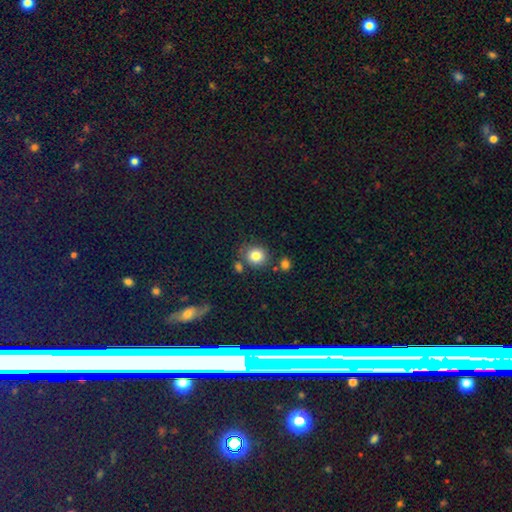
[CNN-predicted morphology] Smooth or featured: smooth — 83% (star or artifact — 10%)
How rounded: round — 82% (in between — 18%)
Merging: none — 74% (minor disturbance — 12%)